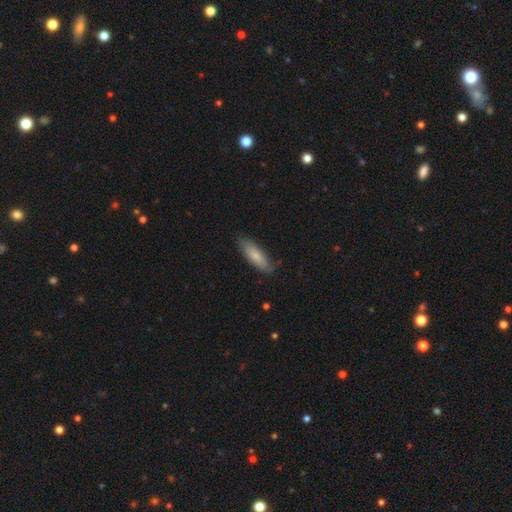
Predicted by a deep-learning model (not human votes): A smooth galaxy with no disk features (80%) that is cigar-shaped (50%). Merging: none (78%).